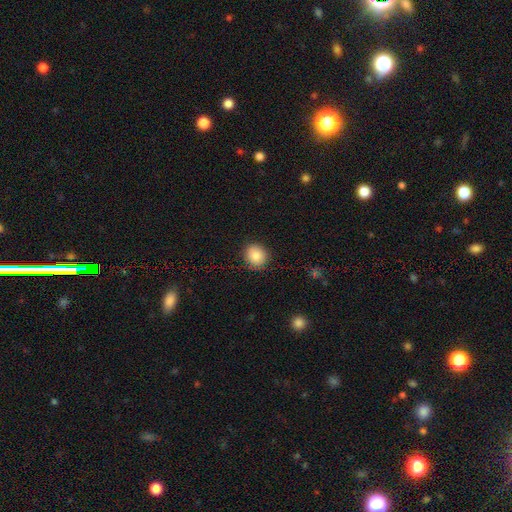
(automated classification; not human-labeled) Q: Smooth or featured?
A: smooth (84%); runner-up: star or artifact (9%)
Q: How rounded?
A: round (81%); runner-up: in between (18%)
Q: Merging?
A: none (85%); runner-up: minor disturbance (12%)